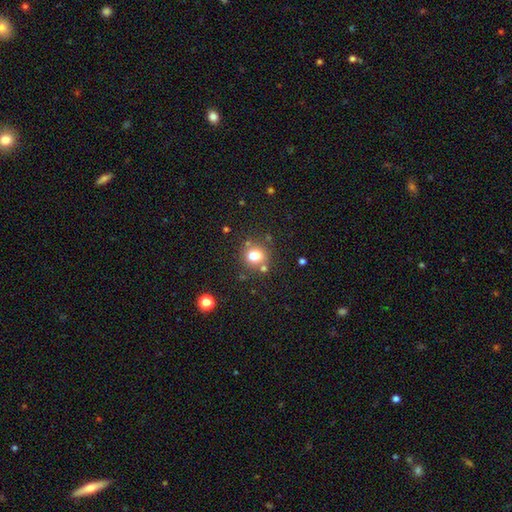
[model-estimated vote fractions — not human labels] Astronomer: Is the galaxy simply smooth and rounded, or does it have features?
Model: smooth — 76%.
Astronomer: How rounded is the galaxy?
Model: round — 79%.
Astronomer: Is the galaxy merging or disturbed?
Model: none — 74%.